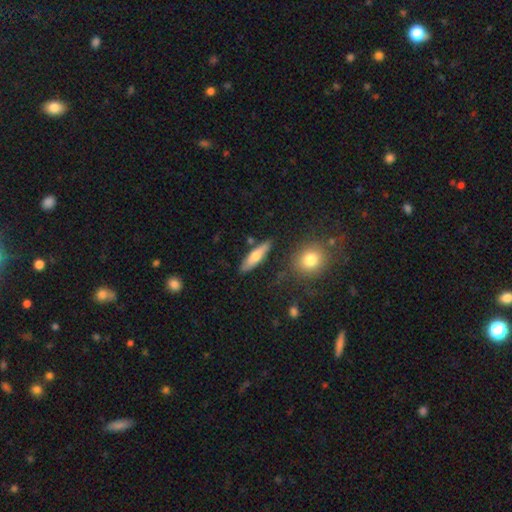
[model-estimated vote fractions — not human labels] Smooth or featured: smooth — 63% (featured or disk — 31%)
How rounded: cigar-shaped — 65% (in between — 32%)
Merging: none — 82% (minor disturbance — 11%)